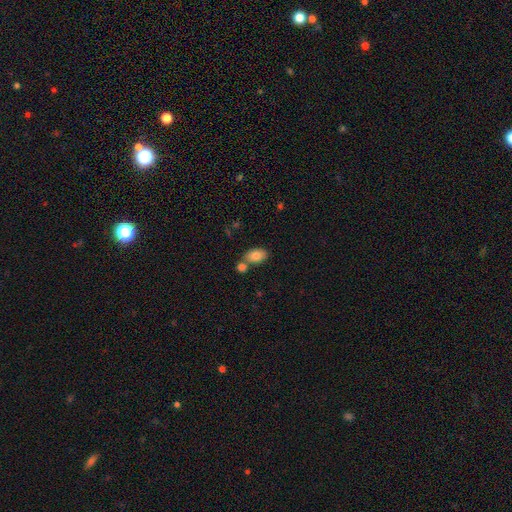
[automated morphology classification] Smooth or featured: smooth — 82% (featured or disk — 10%)
How rounded: in between — 88% (round — 11%)
Merging: none — 56% (merger — 30%)